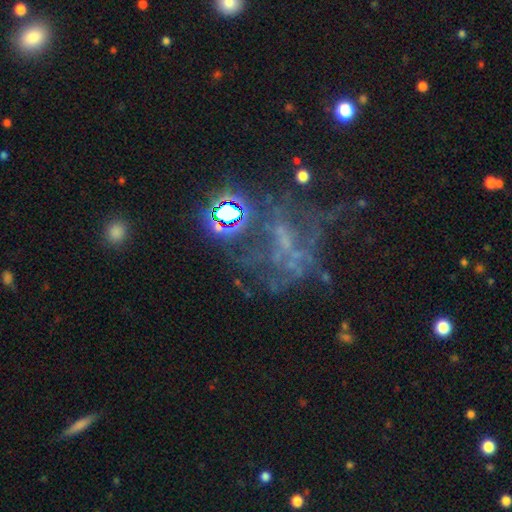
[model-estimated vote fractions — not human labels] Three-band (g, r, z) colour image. It shows a featured or disk galaxy (45%). Merging: none (39%).